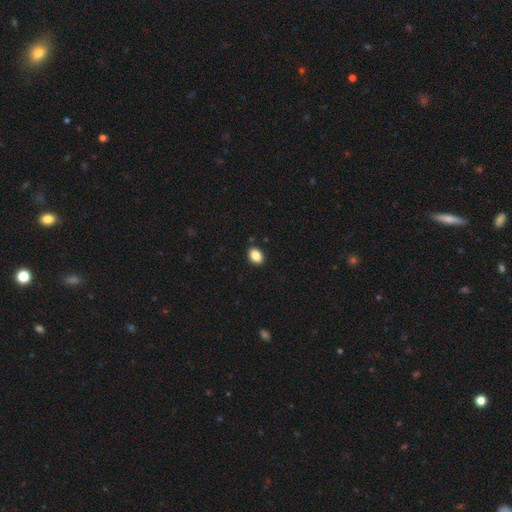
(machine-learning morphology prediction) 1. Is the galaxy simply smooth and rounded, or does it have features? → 87% smooth, 9% star or artifact, 5% featured or disk.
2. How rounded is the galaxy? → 76% in between, 23% round, 1% cigar-shaped.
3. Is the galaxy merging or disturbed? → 90% none, 7% minor disturbance, 2% major disturbance, 1% merger.